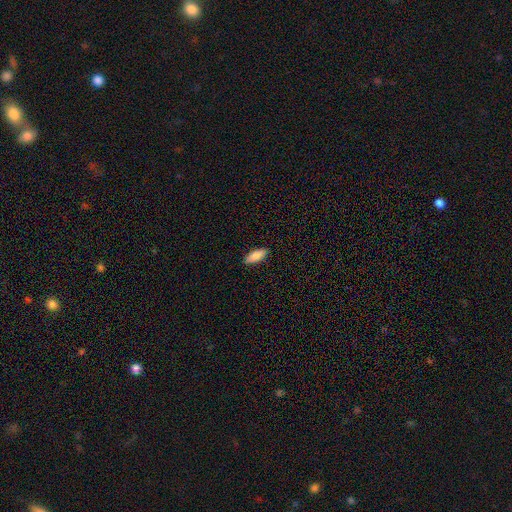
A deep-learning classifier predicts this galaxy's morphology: smooth-or-featured: smooth: 84% | featured or disk: 10% | star or artifact: 6%
  how-rounded: in between: 75% | cigar-shaped: 23% | round: 2%
  merging: none: 89% | minor disturbance: 9% | major disturbance: 2% | merger: 1%